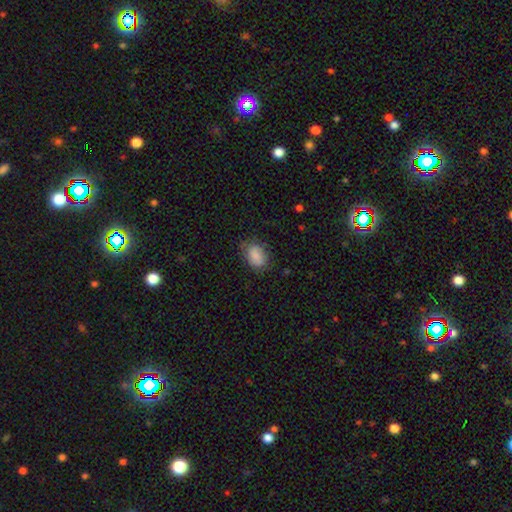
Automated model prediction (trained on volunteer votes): This is clearly a smooth galaxy (85%). How rounded: clearly in between (82%). Merging: likely none (69%).